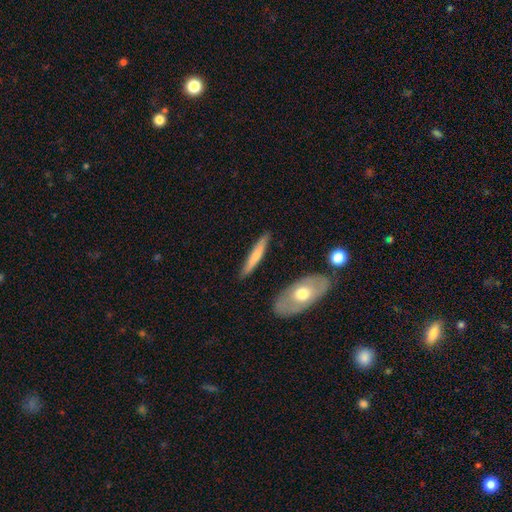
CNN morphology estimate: Smooth or featured? Predicted: smooth (p=0.61). How rounded? Predicted: cigar-shaped (p=0.91). Merging? Predicted: none (p=0.87).